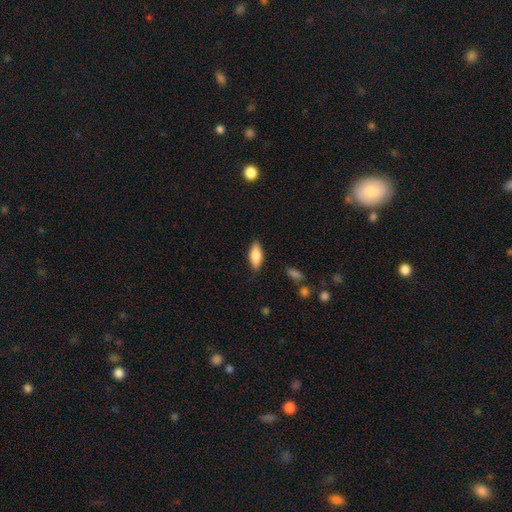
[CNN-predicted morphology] Smooth or featured: smooth — 76% (featured or disk — 18%)
How rounded: in between — 79% (cigar-shaped — 18%)
Merging: none — 83% (minor disturbance — 13%)